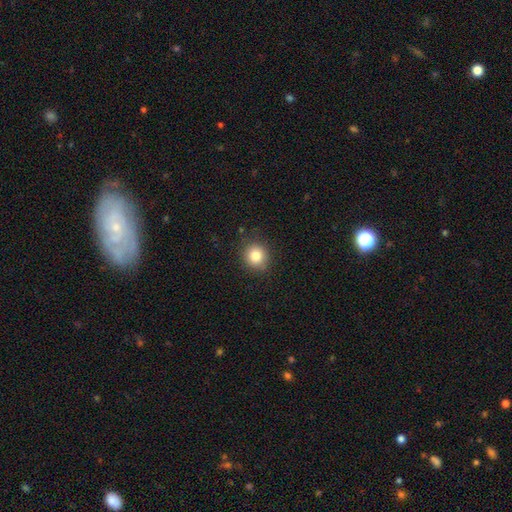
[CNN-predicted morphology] type=smooth (83%); roundness=round (87%); merging=none (87%).